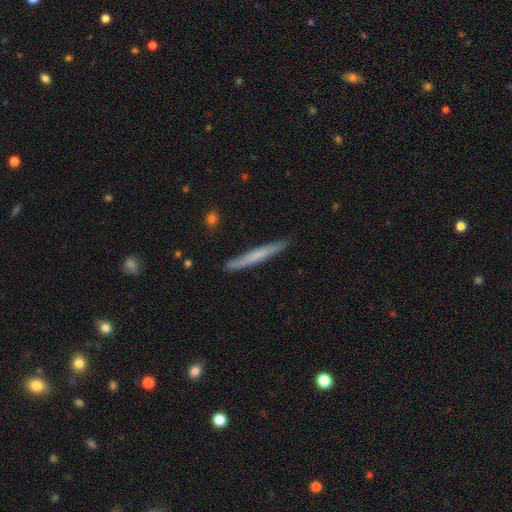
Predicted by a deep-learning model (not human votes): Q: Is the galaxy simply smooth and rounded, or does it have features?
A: smooth — 56%.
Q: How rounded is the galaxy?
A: cigar-shaped — 97%.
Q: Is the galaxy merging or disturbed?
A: none — 88%.